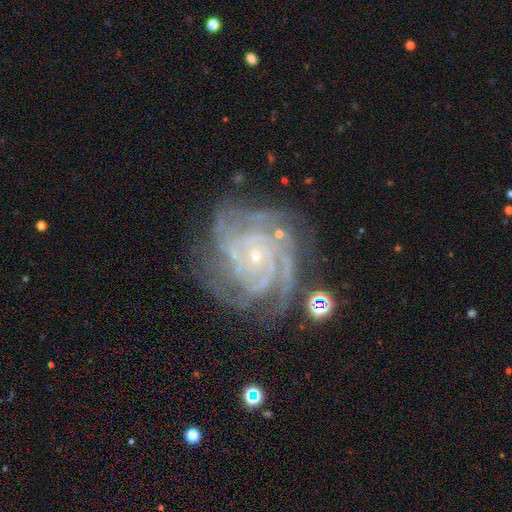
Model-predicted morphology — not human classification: type=featured or disk (90%); edge-on=no (98%); bar=no (77%); spiral arms=yes (98%); winding=tight (75%); arm count=4 (33%); bulge=small (88%); merging=none (72%).